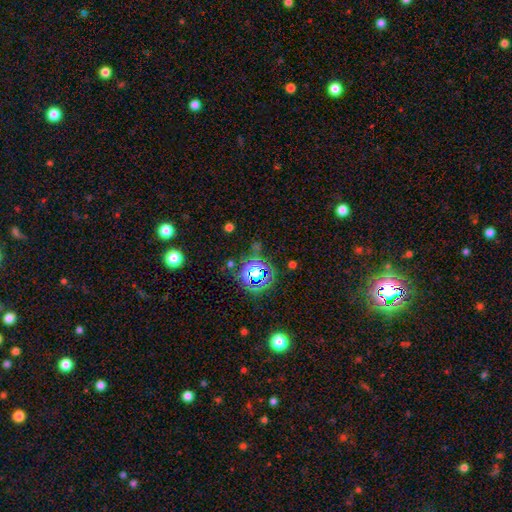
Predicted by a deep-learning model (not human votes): A star or artifact, not a galaxy (73%).

Vote fractions:
- Smooth or featured? star or artifact: 73% / smooth: 18% / featured or disk: 9%